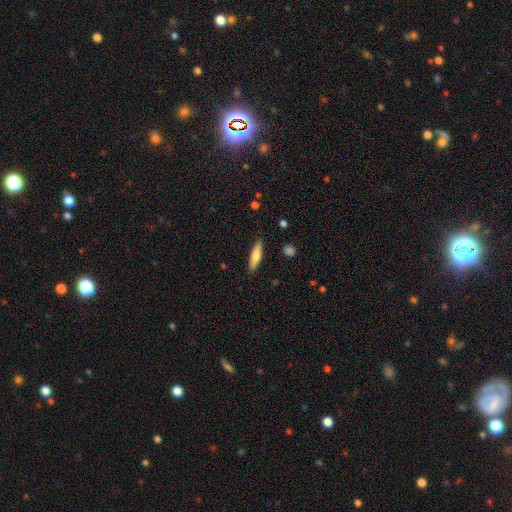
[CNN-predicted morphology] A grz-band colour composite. It shows a smooth galaxy with no disk features (71%) that is cigar-shaped (73%). Merging: none (86%).